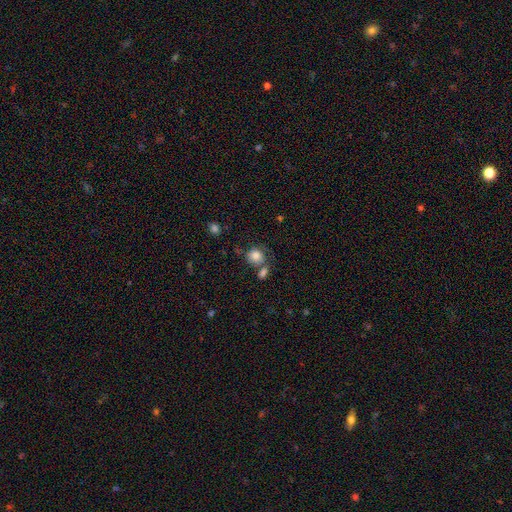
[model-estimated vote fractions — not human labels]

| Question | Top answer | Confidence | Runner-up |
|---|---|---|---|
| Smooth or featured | smooth | 82% | star or artifact (9%) |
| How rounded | round | 79% | in between (20%) |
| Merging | none | 52% | merger (25%) |